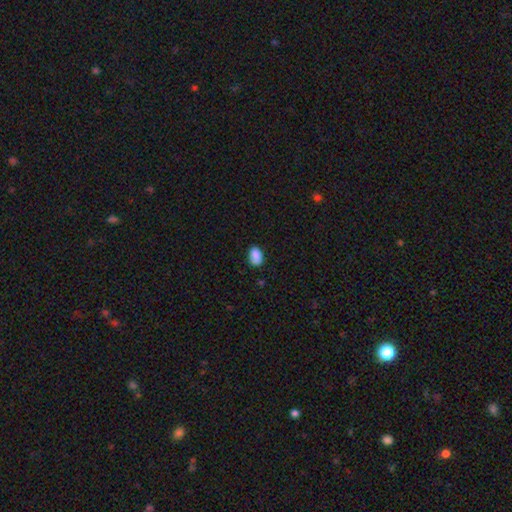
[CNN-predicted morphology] This appears to be a smooth galaxy with no disk features (86%) that is in between round and cigar-shaped (86%). Merging: none (73%).